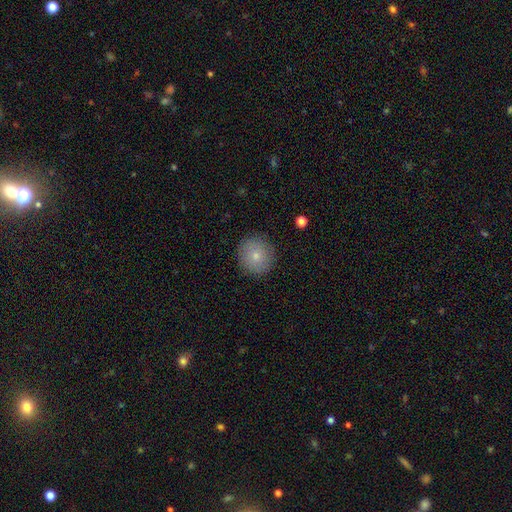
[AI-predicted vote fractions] The model was most divided on "smooth or featured": smooth: 77%, featured or disk: 14%, star or artifact: 9%. More confident: merging — none (89%); how rounded — round (89%).